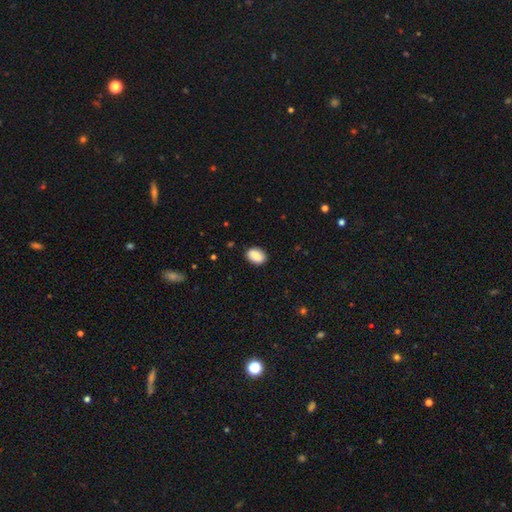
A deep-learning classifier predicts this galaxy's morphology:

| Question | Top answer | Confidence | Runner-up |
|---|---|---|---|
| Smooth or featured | smooth | 87% | star or artifact (7%) |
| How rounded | in between | 84% | round (15%) |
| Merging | none | 87% | minor disturbance (10%) |